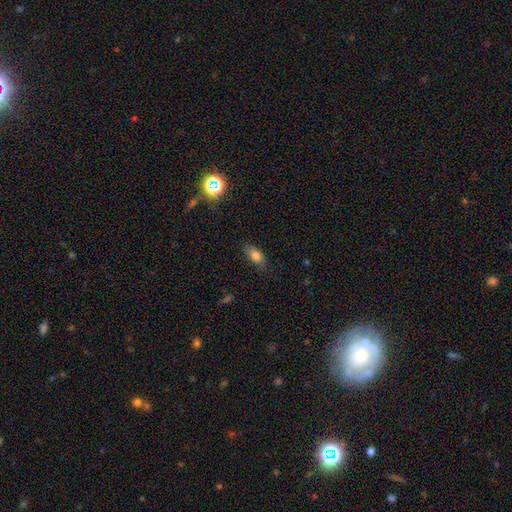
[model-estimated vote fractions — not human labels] smooth-or-featured: smooth: 79% | featured or disk: 12% | star or artifact: 10%
  how-rounded: in between: 83% | cigar-shaped: 11% | round: 6%
  merging: none: 77% | minor disturbance: 17% | major disturbance: 4% | merger: 1%